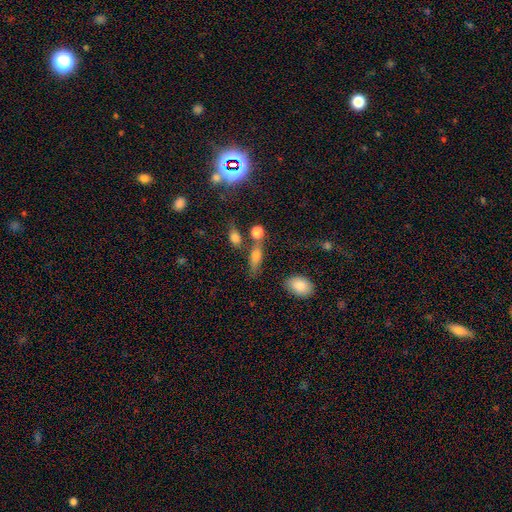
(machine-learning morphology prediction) Q: Smooth or featured?
A: smooth (64%); runner-up: featured or disk (22%)
Q: How rounded?
A: in between (53%); runner-up: cigar-shaped (35%)
Q: Merging?
A: none (56%); runner-up: merger (22%)